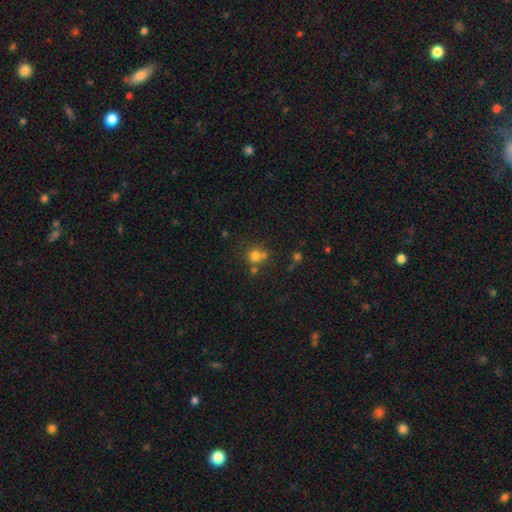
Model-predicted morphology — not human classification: Smooth or featured? smooth (73%)
How rounded? round (87%)
Merging? none (56%)